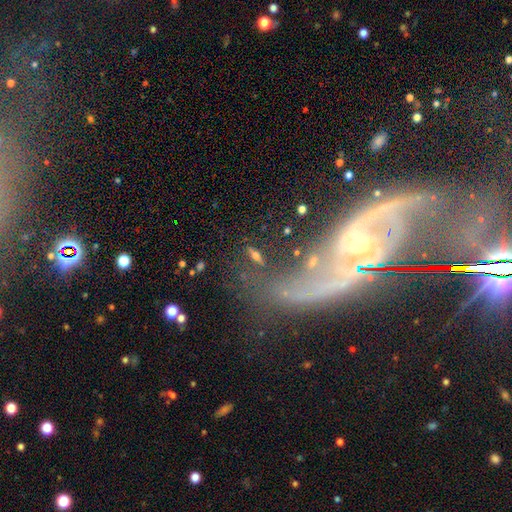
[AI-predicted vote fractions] A smooth galaxy with no disk features (44%).

Vote fractions:
- Smooth or featured? smooth: 44% / featured or disk: 39% / star or artifact: 17%
- Merging? none: 68% / minor disturbance: 15% / major disturbance: 10% / merger: 8%